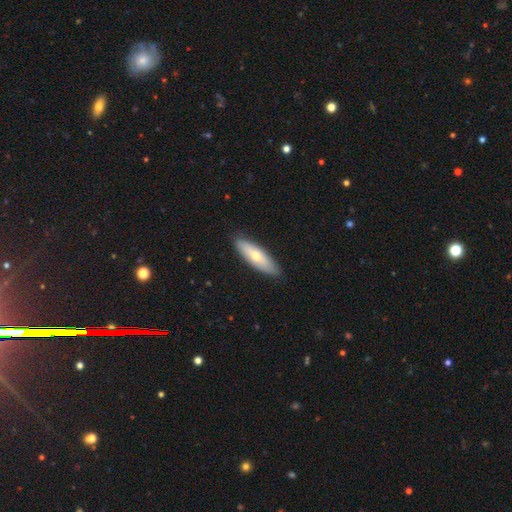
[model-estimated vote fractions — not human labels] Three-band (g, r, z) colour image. It shows a smooth galaxy with no disk features (59%) that is cigar-shaped (51%). Merging: none (87%).